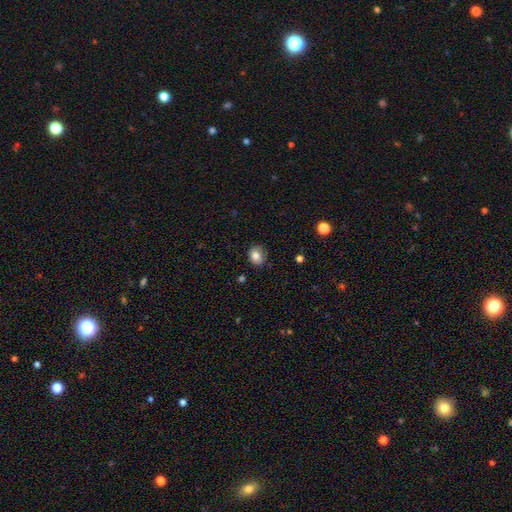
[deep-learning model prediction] Smooth or featured? Predicted: smooth (p=0.83). How rounded? Predicted: round (p=0.56). Merging? Predicted: none (p=0.75).